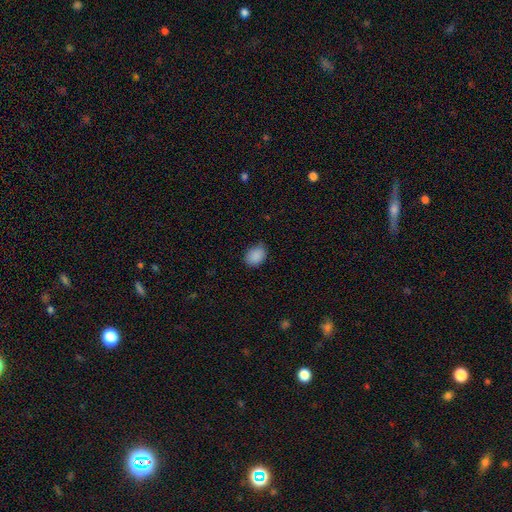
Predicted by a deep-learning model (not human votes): A smooth galaxy with no disk features (89%) that is in between round and cigar-shaped (61%). Merging: none (75%).